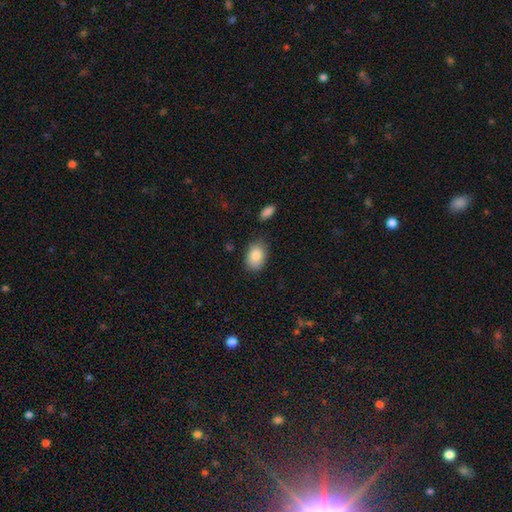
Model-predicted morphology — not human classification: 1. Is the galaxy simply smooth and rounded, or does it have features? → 87% smooth, 7% star or artifact, 6% featured or disk.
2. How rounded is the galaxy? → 85% in between, 14% round, 1% cigar-shaped.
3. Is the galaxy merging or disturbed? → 76% none, 17% minor disturbance, 4% major disturbance, 3% merger.